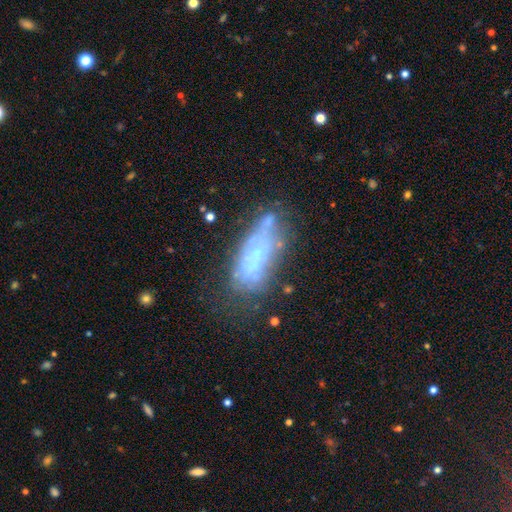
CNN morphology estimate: Overall: featured or disk (57%; smooth 32%). Edge-on disk: no (86%). Merging: none (45%; minor disturbance 26%).